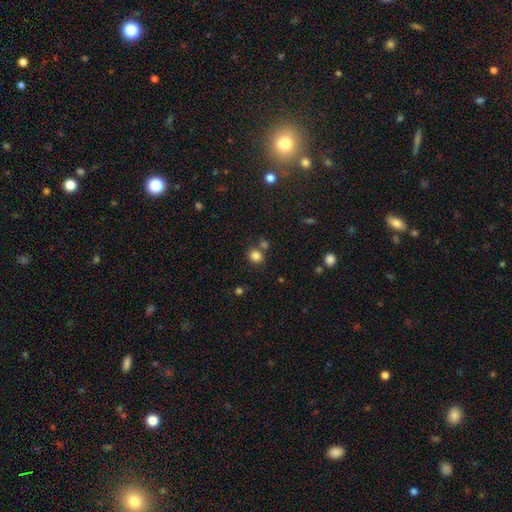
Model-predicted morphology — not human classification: This appears to be a smooth galaxy with no disk features (83%) that is round (73%). Merging: none (70%).